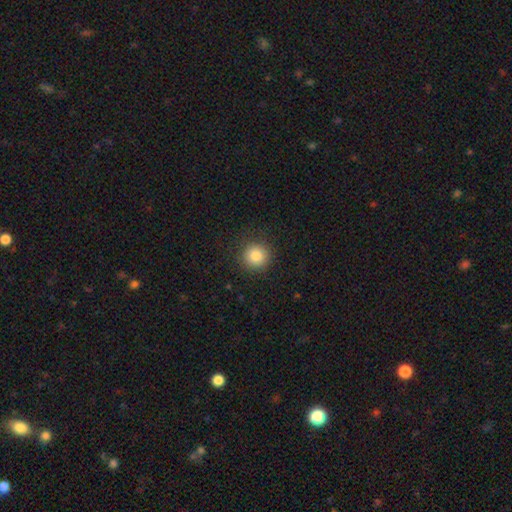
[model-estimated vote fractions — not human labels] Smooth or featured? Predicted: smooth (p=0.85). How rounded? Predicted: round (p=0.93). Merging? Predicted: none (p=0.88).